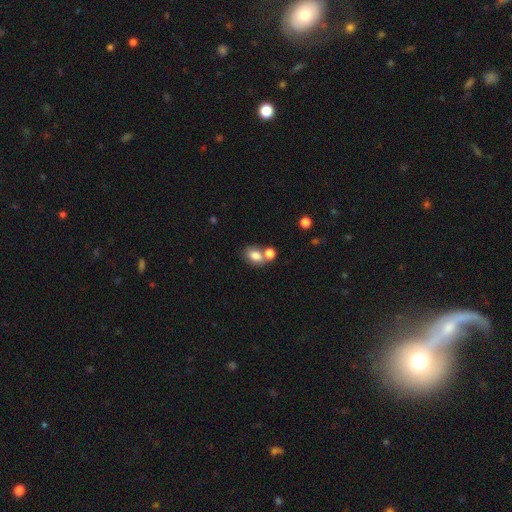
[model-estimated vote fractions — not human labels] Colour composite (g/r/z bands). It shows a smooth galaxy with no disk features (80%) that is in between round and cigar-shaped (72%). Merging: none (43%).